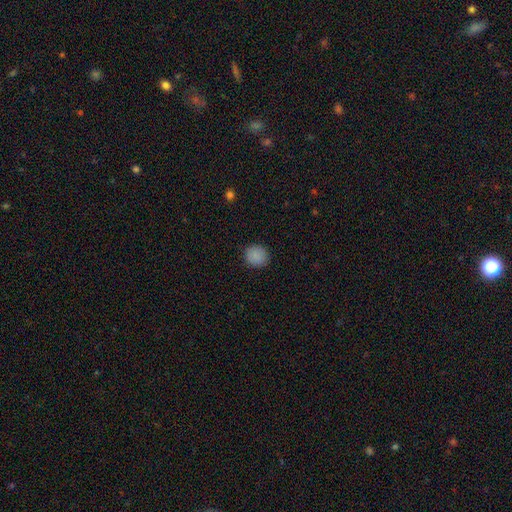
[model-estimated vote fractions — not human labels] A smooth galaxy with no disk features (88%) that is round (85%). Merging: none (90%).